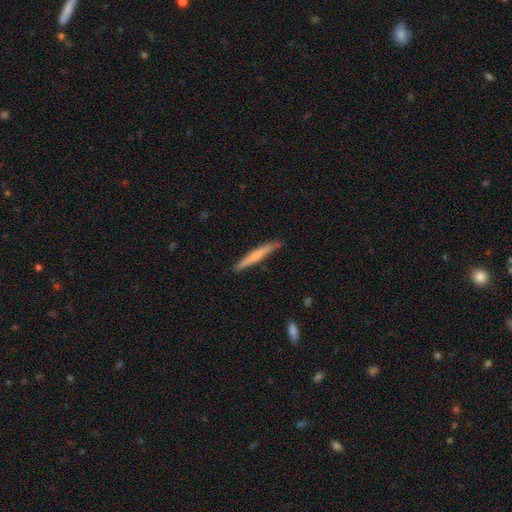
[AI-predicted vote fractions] Overall: smooth (57%; featured or disk 37%). How rounded: cigar-shaped (96%). Merging: none (84%).